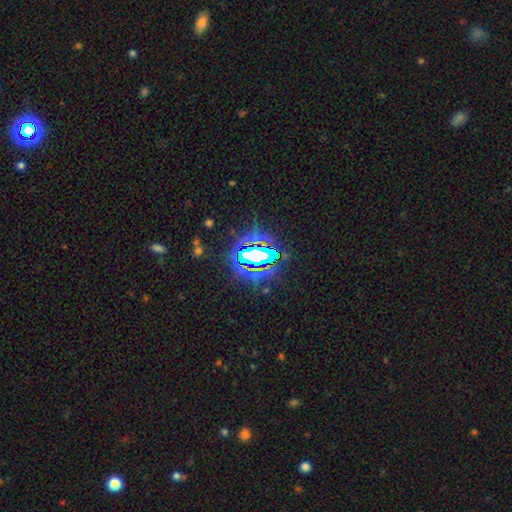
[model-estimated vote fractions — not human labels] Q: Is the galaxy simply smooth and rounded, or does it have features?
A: star or artifact — 68%.